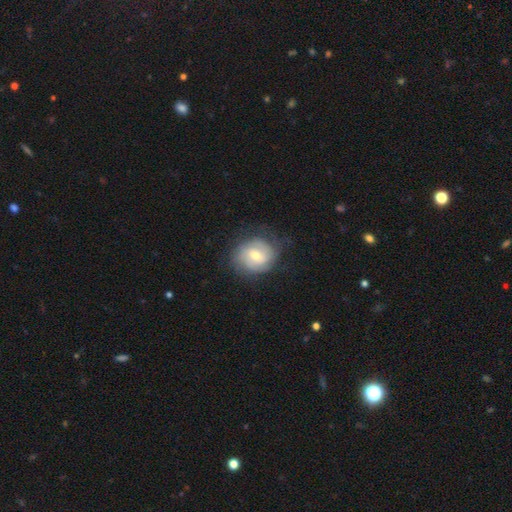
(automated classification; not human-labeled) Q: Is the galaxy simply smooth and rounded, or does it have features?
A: featured or disk — 57%.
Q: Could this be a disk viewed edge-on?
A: no — 97%.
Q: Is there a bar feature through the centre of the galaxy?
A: weak — 46%.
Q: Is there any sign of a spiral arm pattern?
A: yes — 81%.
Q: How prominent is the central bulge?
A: moderate — 57%.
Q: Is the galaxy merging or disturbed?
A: none — 69%.